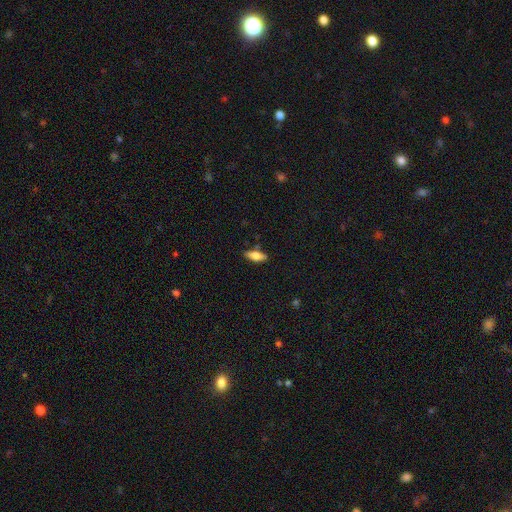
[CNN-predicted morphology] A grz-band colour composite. It shows a smooth galaxy with no disk features (74%) that is in between round and cigar-shaped (73%). Merging: none (82%).